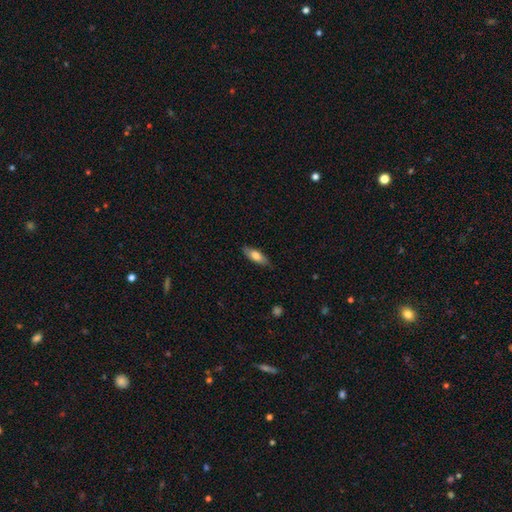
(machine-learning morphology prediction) This is likely a smooth galaxy (73%). How rounded: likely in between (69%). Merging: clearly none (81%).